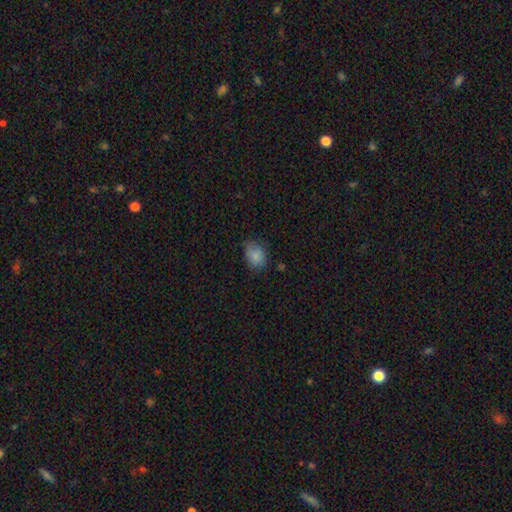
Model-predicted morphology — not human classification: Smooth or featured? Predicted: smooth (p=0.84). How rounded? Predicted: in between (p=0.62). Merging? Predicted: none (p=0.65).